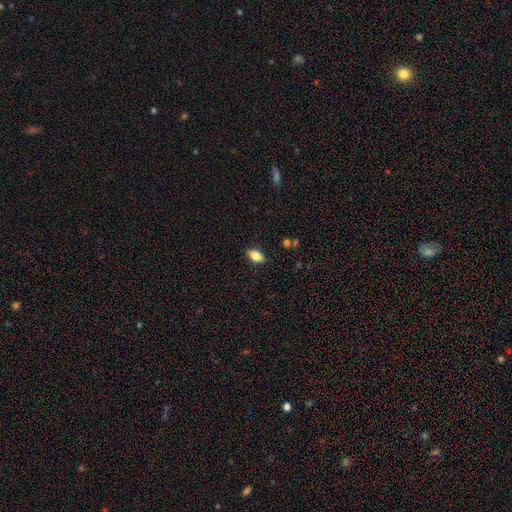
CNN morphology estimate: Smooth or featured? smooth (83%)
How rounded? in between (89%)
Merging? none (86%)